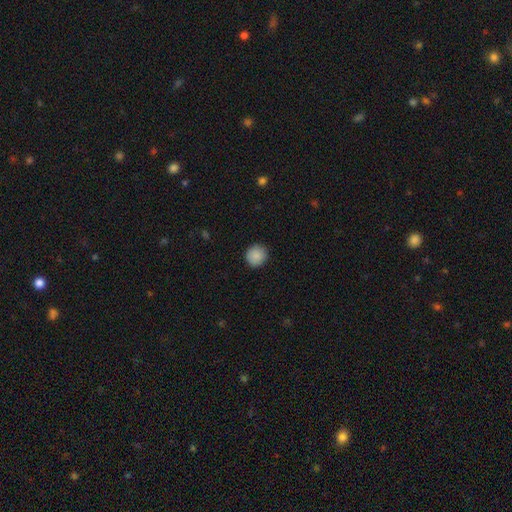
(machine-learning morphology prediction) This appears to be a smooth galaxy with no disk features (88%) that is round (93%). Merging: none (90%).